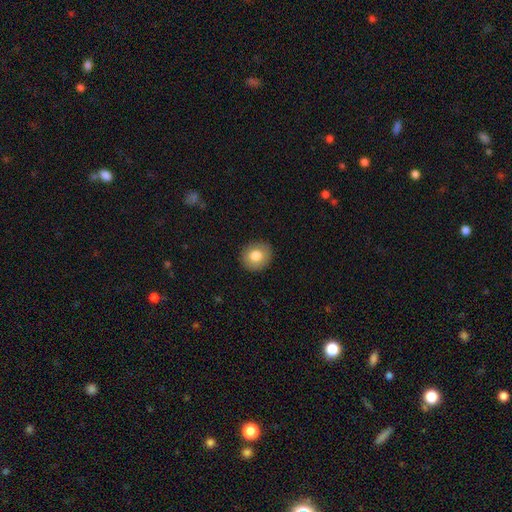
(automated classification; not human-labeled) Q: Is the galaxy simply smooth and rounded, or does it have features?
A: smooth — 80%.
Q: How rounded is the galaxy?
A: round — 77%.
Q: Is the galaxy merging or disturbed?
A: none — 89%.